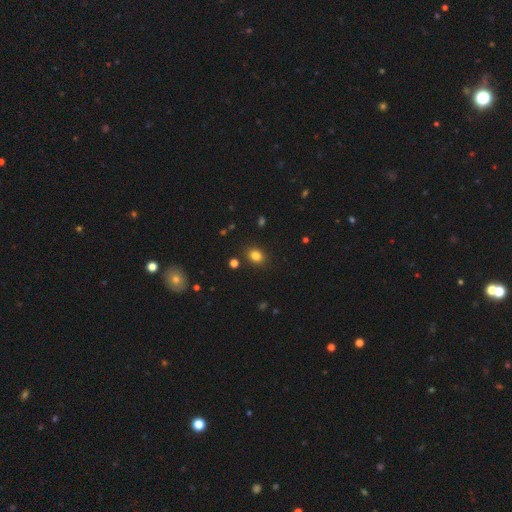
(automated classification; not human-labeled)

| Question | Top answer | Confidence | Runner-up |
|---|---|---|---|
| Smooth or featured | smooth | 82% | star or artifact (12%) |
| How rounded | in between | 57% | round (42%) |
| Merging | none | 86% | minor disturbance (9%) |